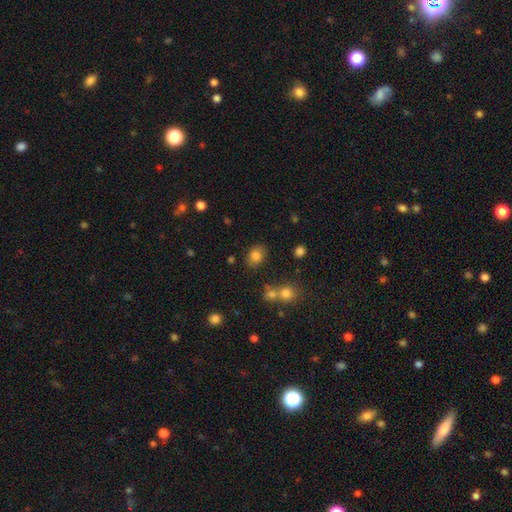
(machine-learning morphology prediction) Q: Smooth or featured?
A: smooth (81%); runner-up: star or artifact (11%)
Q: How rounded?
A: in between (56%); runner-up: round (43%)
Q: Merging?
A: none (76%); runner-up: minor disturbance (15%)